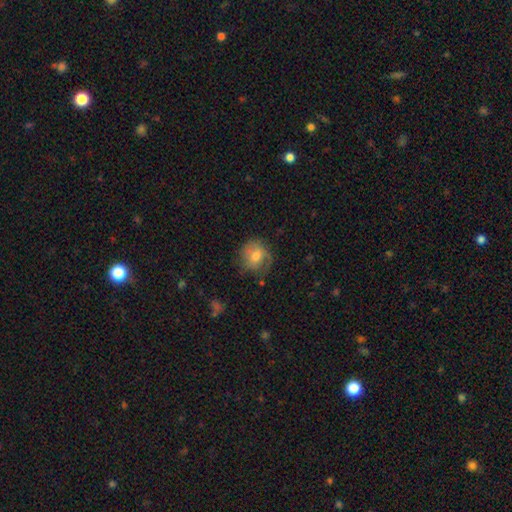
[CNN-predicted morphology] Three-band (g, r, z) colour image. It shows a smooth galaxy with no disk features (61%) that is round (78%). Merging: none (60%).